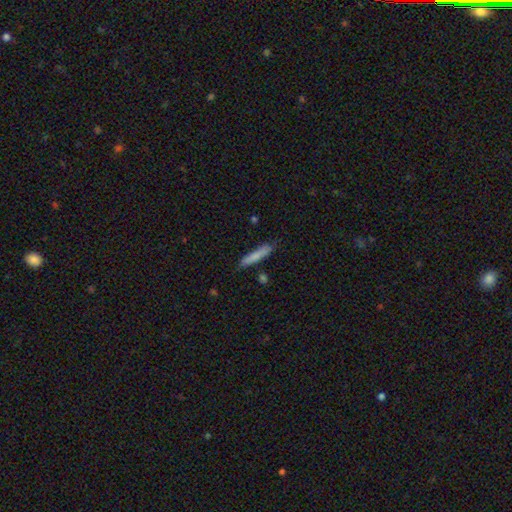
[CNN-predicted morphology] Smooth or featured: smooth — 78% (featured or disk — 16%)
How rounded: cigar-shaped — 91% (in between — 8%)
Merging: none — 76% (minor disturbance — 18%)